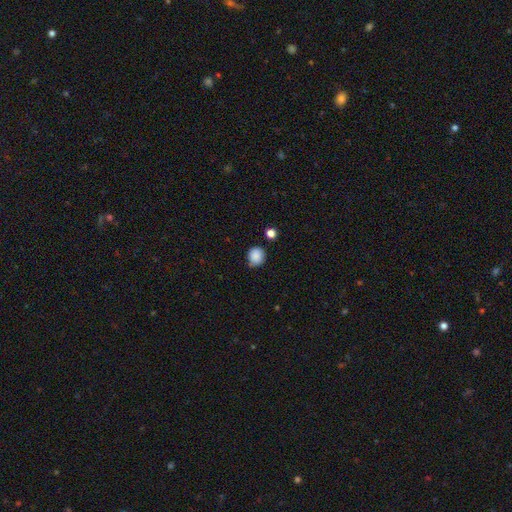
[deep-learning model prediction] Overall: smooth (87%). How rounded: round (77%). Merging: none (70%).